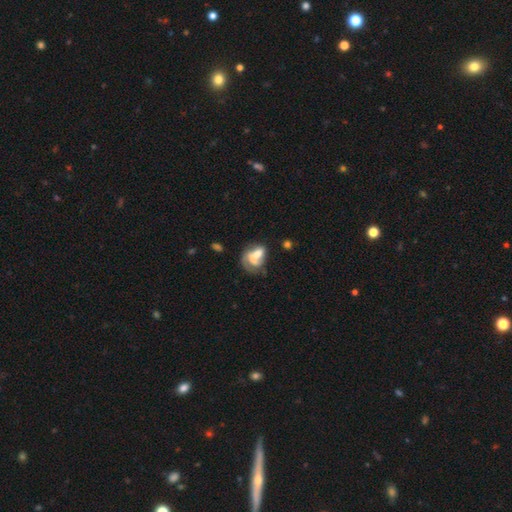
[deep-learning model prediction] featured or disk 45%, smooth 44%, star or artifact 10%. Down the decision tree: merging — merger (34%).